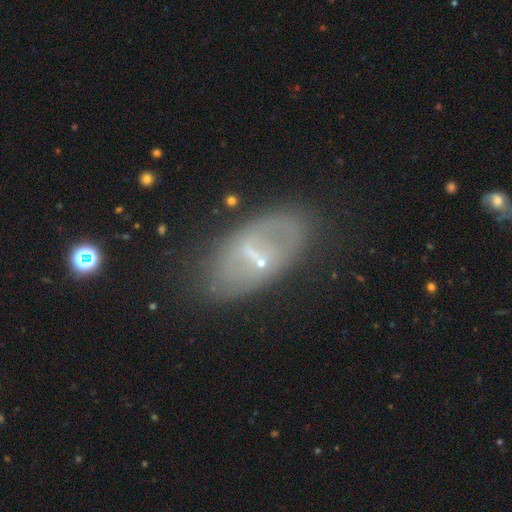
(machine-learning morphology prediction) Q: Smooth or featured?
A: featured or disk (58%); runner-up: smooth (30%)
Q: Edge-on disk?
A: no (88%); runner-up: yes (12%)
Q: Bar?
A: weak (39%); runner-up: no (31%)
Q: Spiral arms?
A: no (75%); runner-up: yes (25%)
Q: Bulge size?
A: small (72%); runner-up: moderate (15%)
Q: Merging?
A: none (66%); runner-up: minor disturbance (19%)